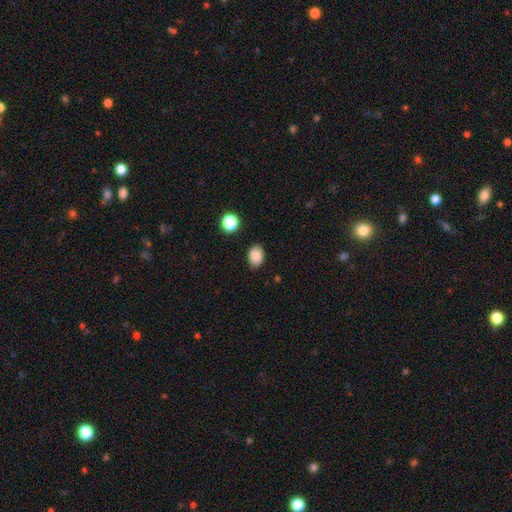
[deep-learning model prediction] Smooth or featured? Predicted: smooth (p=0.87). How rounded? Predicted: in between (p=0.70). Merging? Predicted: none (p=0.83).